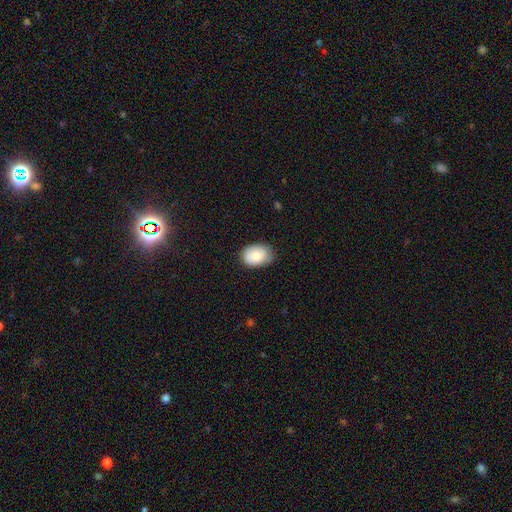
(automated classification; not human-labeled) This is clearly a smooth galaxy (80%). How rounded: clearly in between (82%). Merging: likely none (74%).